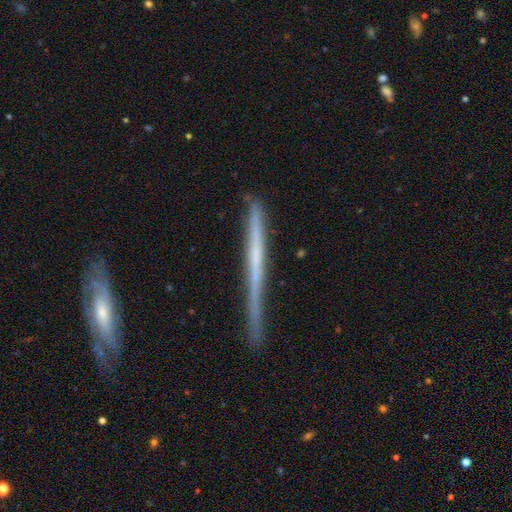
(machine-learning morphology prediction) This is possibly a featured or disk galaxy (60%). It is clearly viewed edge-on (96%). Edge-on bulge: clearly none (86%). Merging: likely none (75%).